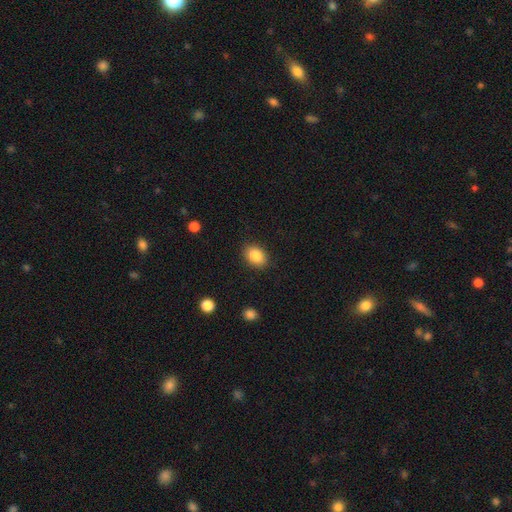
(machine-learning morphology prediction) A smooth galaxy with no disk features (87%) that is in between round and cigar-shaped (76%). Merging: none (87%).